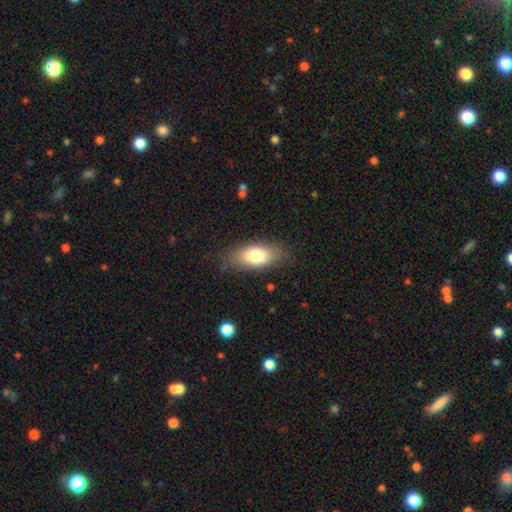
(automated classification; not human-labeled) This appears to be a smooth galaxy with no disk features (76%) that is in between round and cigar-shaped (88%). Merging: none (77%).